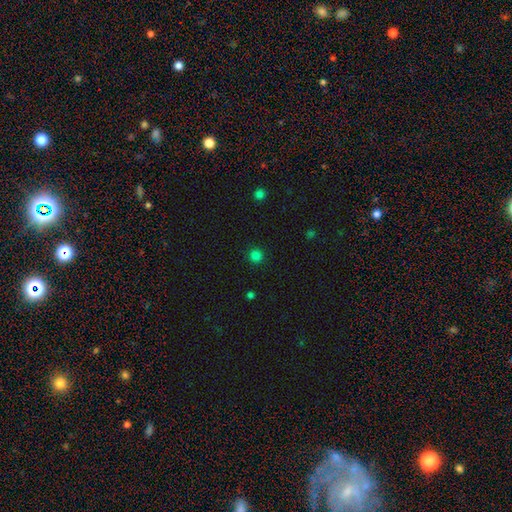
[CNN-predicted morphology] Smooth or featured? Predicted: smooth (p=0.81). How rounded? Predicted: round (p=0.95). Merging? Predicted: none (p=0.91).